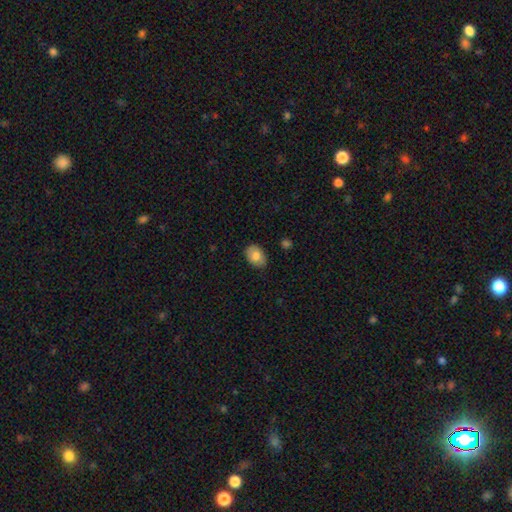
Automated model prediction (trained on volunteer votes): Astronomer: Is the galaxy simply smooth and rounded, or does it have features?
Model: smooth — 80%.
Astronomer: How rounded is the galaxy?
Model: in between — 80%.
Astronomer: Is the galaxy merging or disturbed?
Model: none — 84%.